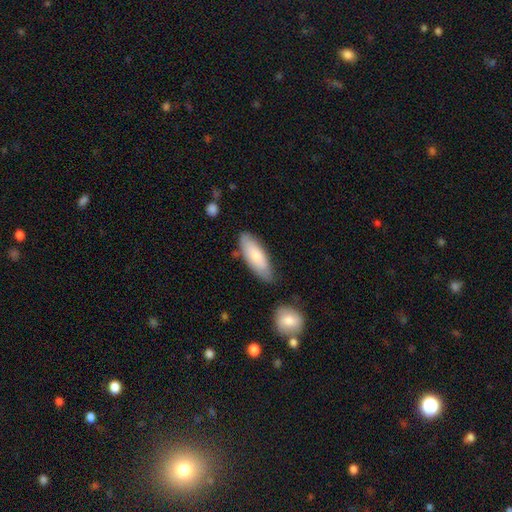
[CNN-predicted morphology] The model was most divided on "how rounded": in between: 65%, cigar-shaped: 33%, round: 2%. More confident: smooth or featured — smooth (76%); merging — none (75%).